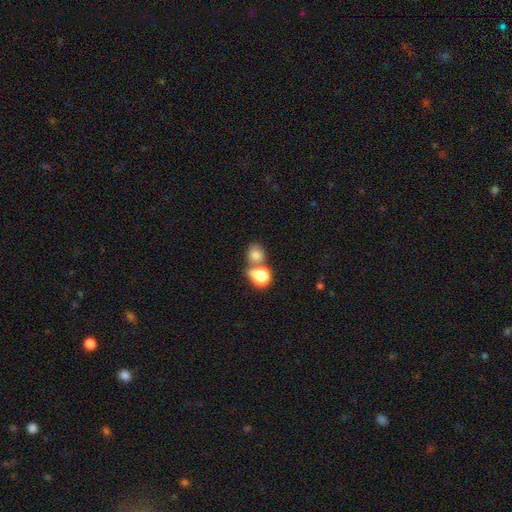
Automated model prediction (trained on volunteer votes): Overall: smooth (75%). How rounded: round (72%). Merging: none (49%; merger 37%).